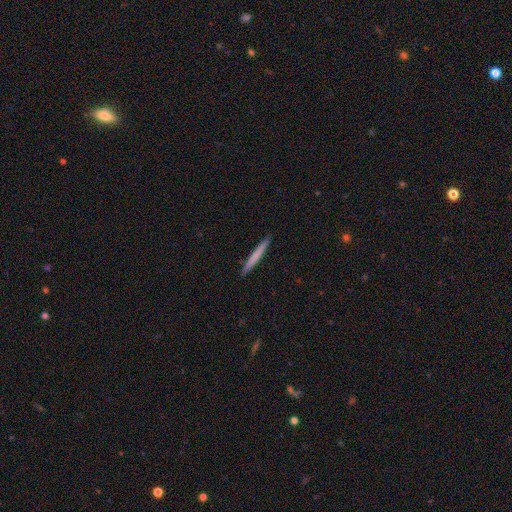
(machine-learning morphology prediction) A smooth galaxy with no disk features (67%) that is cigar-shaped (97%).

Vote fractions:
- Smooth or featured? smooth: 67% / featured or disk: 28% / star or artifact: 5%
- How rounded? cigar-shaped: 97% / in between: 2% / round: 1%
- Merging? none: 93% / minor disturbance: 5% / major disturbance: 1% / merger: 1%